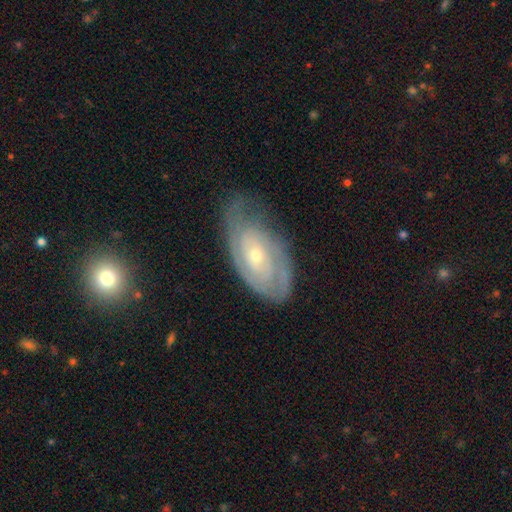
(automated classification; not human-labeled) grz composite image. It shows a featured or disk galaxy (80%) with no bar (73%), tight (73%) spiral arms (91%) and a small central bulge (64%). Merging: none (63%).